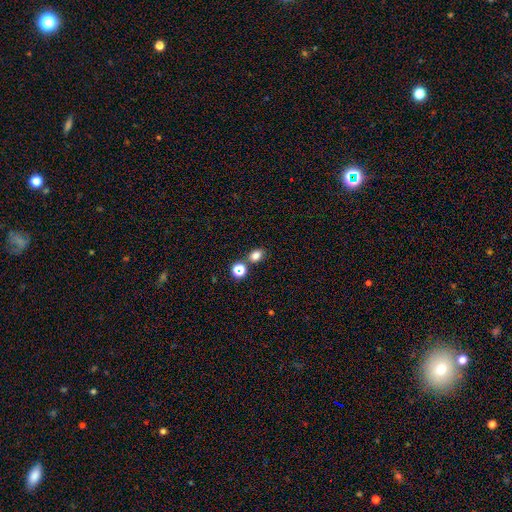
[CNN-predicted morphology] A smooth galaxy with no disk features (78%) that is in between round and cigar-shaped (62%). Merging: none (73%).